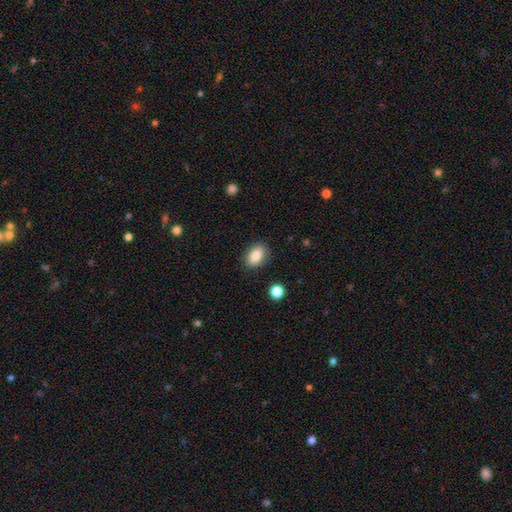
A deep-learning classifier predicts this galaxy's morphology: Q: Smooth or featured?
A: smooth (83%); runner-up: featured or disk (9%)
Q: How rounded?
A: in between (87%); runner-up: round (12%)
Q: Merging?
A: none (86%); runner-up: minor disturbance (10%)